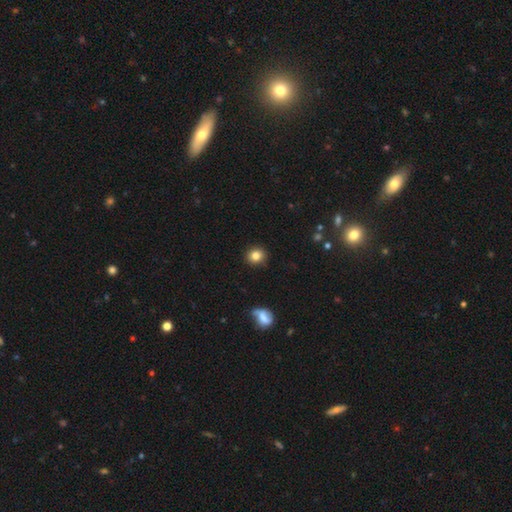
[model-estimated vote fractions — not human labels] Smooth or featured? Predicted: smooth (p=0.84). How rounded? Predicted: round (p=0.84). Merging? Predicted: none (p=0.89).